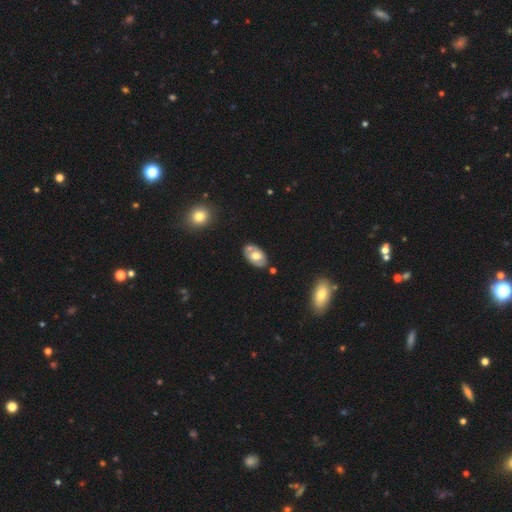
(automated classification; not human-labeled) This is possibly a smooth galaxy (49%). Merging: likely none (68%).